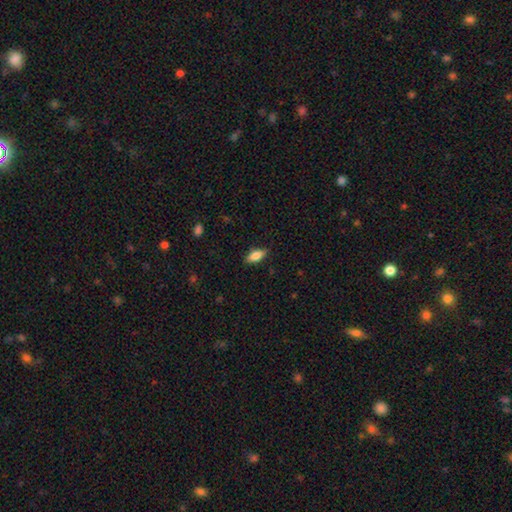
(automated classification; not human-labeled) Smooth or featured?
  - smooth: 80% *
  - featured or disk: 13%
  - star or artifact: 7%
How rounded?
  - in between: 80% *
  - cigar-shaped: 17%
  - round: 3%
Merging?
  - none: 84% *
  - minor disturbance: 12%
  - major disturbance: 2%
  - merger: 1%